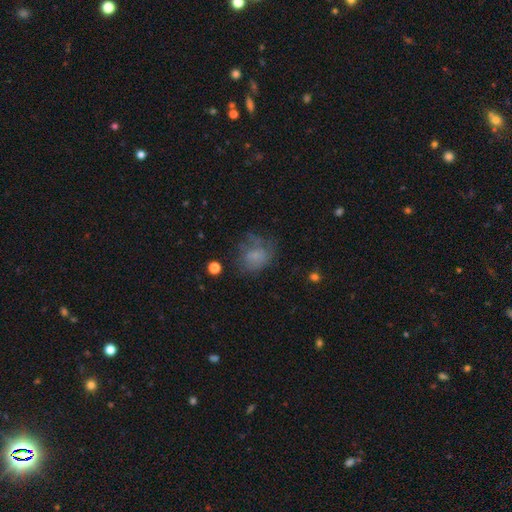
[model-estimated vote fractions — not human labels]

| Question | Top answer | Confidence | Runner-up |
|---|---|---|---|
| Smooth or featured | smooth | 56% | featured or disk (29%) |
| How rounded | round | 53% | in between (46%) |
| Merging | none | 41% | major disturbance (30%) |